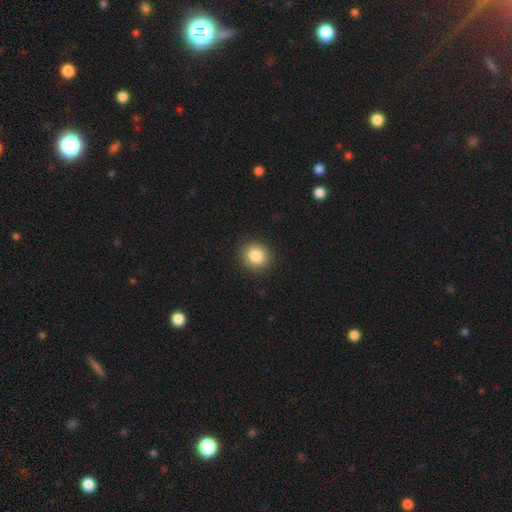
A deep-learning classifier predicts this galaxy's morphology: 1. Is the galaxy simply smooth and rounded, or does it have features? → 85% smooth, 9% star or artifact, 6% featured or disk.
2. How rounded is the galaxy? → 85% round, 14% in between, 1% cigar-shaped.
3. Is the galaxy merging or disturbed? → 91% none, 6% minor disturbance, 2% major disturbance, 1% merger.